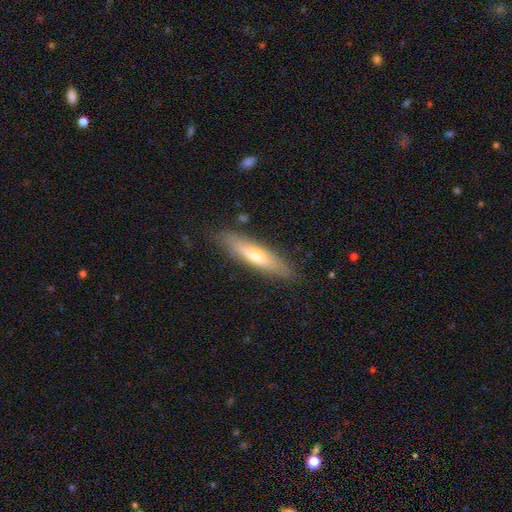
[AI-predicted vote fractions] Q: Smooth or featured?
A: smooth (48%); runner-up: featured or disk (45%)
Q: Merging?
A: none (84%); runner-up: minor disturbance (12%)